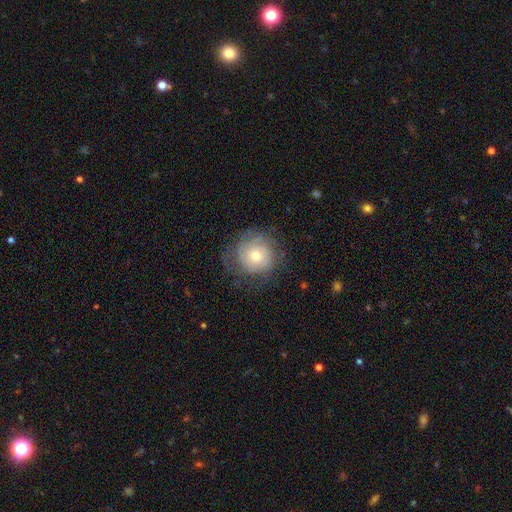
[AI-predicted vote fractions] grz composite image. It shows a featured or disk galaxy (48%). Merging: none (72%).